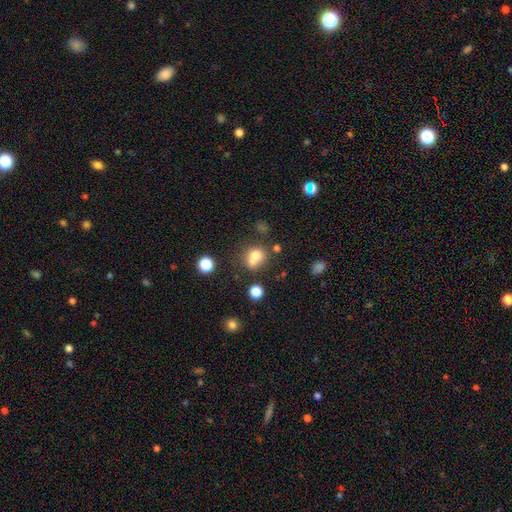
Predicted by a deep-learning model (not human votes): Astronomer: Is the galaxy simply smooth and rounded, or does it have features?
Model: smooth — 71%.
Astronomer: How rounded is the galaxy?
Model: round — 66%.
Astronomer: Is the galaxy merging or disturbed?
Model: none — 42% (runner-up: merger, 35%).